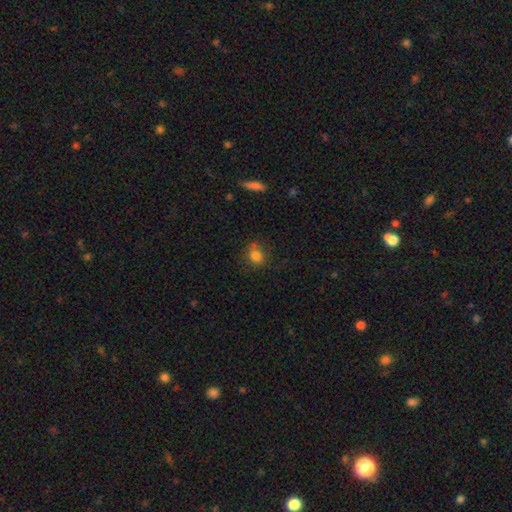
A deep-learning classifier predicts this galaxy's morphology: A smooth galaxy with no disk features (80%) that is round (67%).

Vote fractions:
- Smooth or featured? smooth: 80% / star or artifact: 12% / featured or disk: 8%
- How rounded? round: 67% / in between: 32% / cigar-shaped: 1%
- Merging? none: 66% / minor disturbance: 21% / merger: 7% / major disturbance: 6%